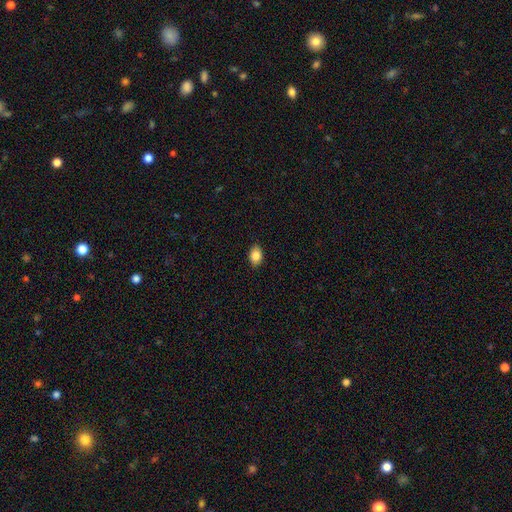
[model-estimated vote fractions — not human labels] A smooth galaxy with no disk features (87%) that is in between round and cigar-shaped (79%).

Vote fractions:
- Smooth or featured? smooth: 87% / star or artifact: 8% / featured or disk: 5%
- How rounded? in between: 79% / round: 20% / cigar-shaped: 1%
- Merging? none: 88% / minor disturbance: 9% / major disturbance: 2% / merger: 1%